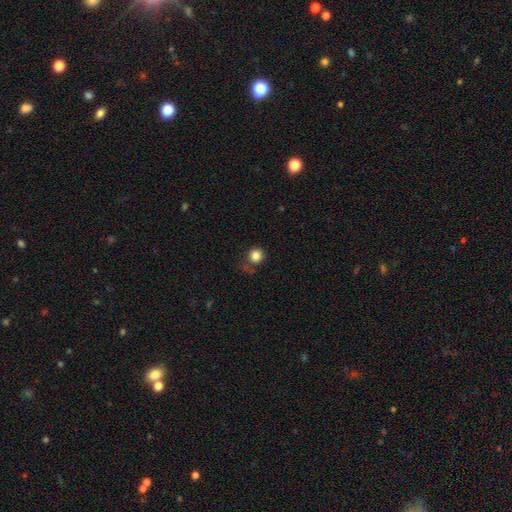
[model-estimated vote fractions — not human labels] Smooth or featured? smooth (83%)
How rounded? round (91%)
Merging? none (74%)